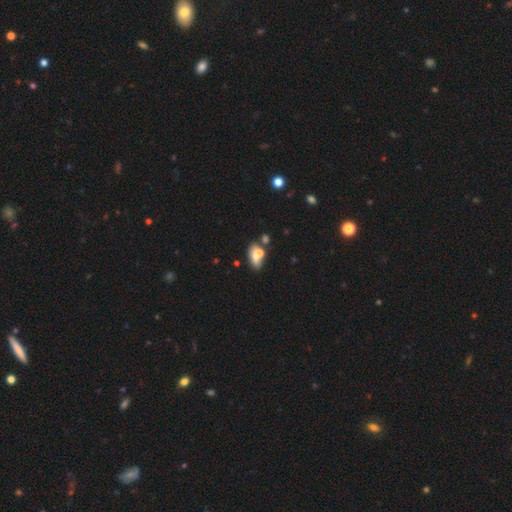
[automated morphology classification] This is possibly a smooth galaxy (60%). How rounded: clearly in between (82%). Merging: marginally merger (35%).